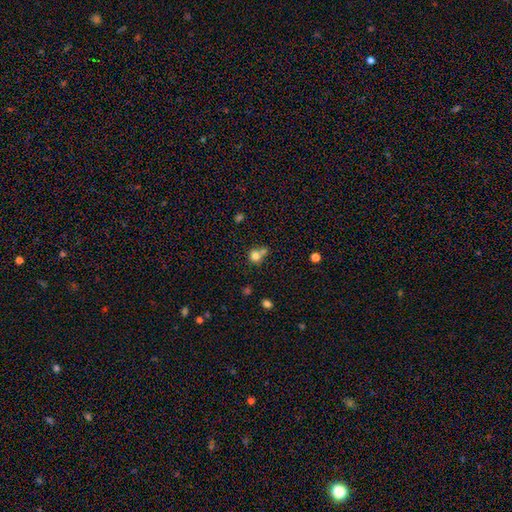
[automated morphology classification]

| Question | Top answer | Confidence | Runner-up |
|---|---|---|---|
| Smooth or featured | smooth | 78% | star or artifact (12%) |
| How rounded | round | 84% | in between (15%) |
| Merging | merger | 45% | none (42%) |